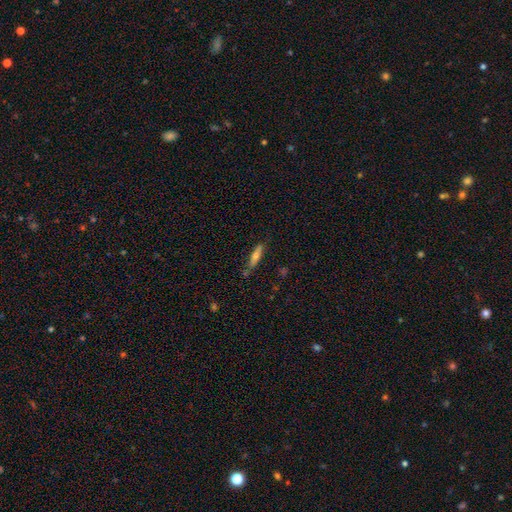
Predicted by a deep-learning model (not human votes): Q: Smooth or featured?
A: smooth (62%); runner-up: featured or disk (31%)
Q: How rounded?
A: cigar-shaped (79%); runner-up: in between (19%)
Q: Merging?
A: none (72%); runner-up: minor disturbance (17%)